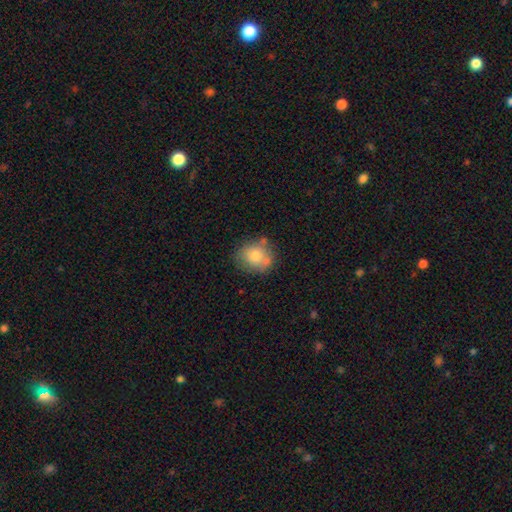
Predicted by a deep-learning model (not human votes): smooth_or_featured: smooth (p=0.76) [alt: featured or disk p=0.16]
how_rounded: round (p=0.72) [alt: in between p=0.27]
merging: none (p=0.62) [alt: minor disturbance p=0.21]